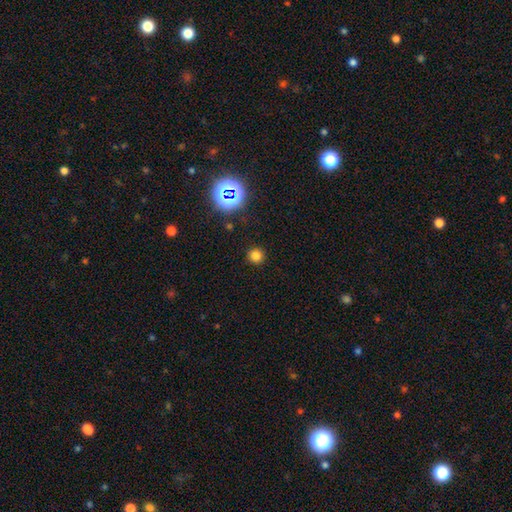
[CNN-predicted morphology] smooth_or_featured: smooth (p=0.76) [alt: star or artifact p=0.19]
how_rounded: round (p=0.94) [alt: in between p=0.05]
merging: none (p=0.91) [alt: minor disturbance p=0.05]